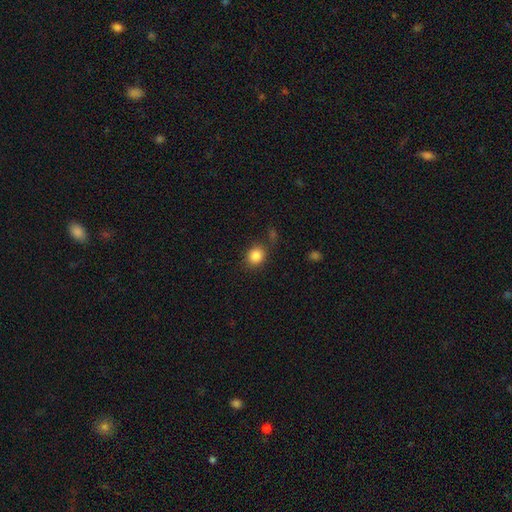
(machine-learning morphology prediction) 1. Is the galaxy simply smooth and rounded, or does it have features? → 86% smooth, 10% star or artifact, 4% featured or disk.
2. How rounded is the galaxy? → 72% round, 27% in between, 1% cigar-shaped.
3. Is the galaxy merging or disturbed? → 76% none, 14% minor disturbance, 6% merger, 5% major disturbance.